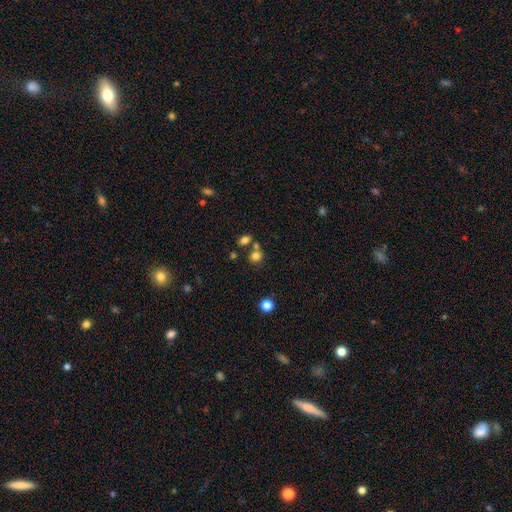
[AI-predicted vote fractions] Morphology: type=smooth (77%); roundness=round (80%); merging=none (59%).